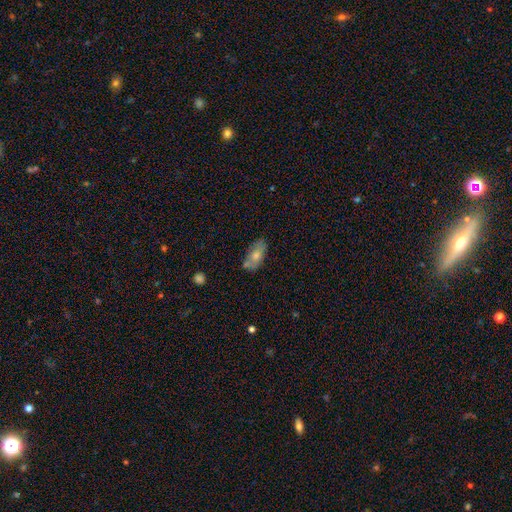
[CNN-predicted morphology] Smooth or featured? smooth (68%)
How rounded? in between (89%)
Merging? none (63%)